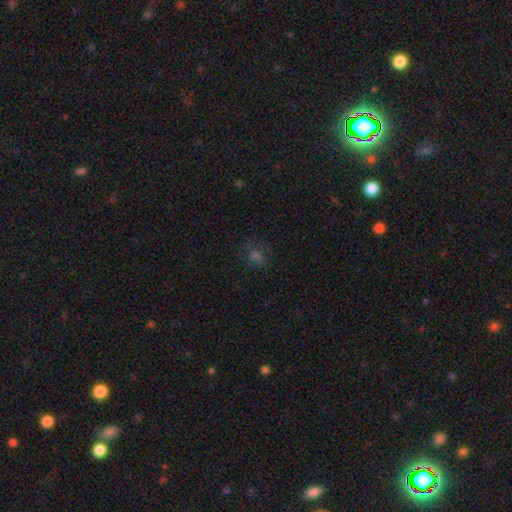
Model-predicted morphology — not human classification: smooth_or_featured: smooth (p=0.55) [alt: star or artifact p=0.33]
how_rounded: round (p=0.63) [alt: in between p=0.35]
merging: none (p=0.75) [alt: minor disturbance p=0.15]